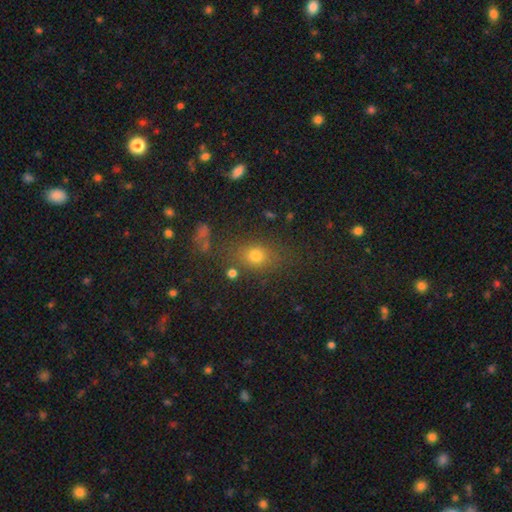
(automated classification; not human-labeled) Smooth or featured: smooth — 72% (star or artifact — 18%)
How rounded: in between — 49% (round — 48%)
Merging: none — 74% (minor disturbance — 13%)